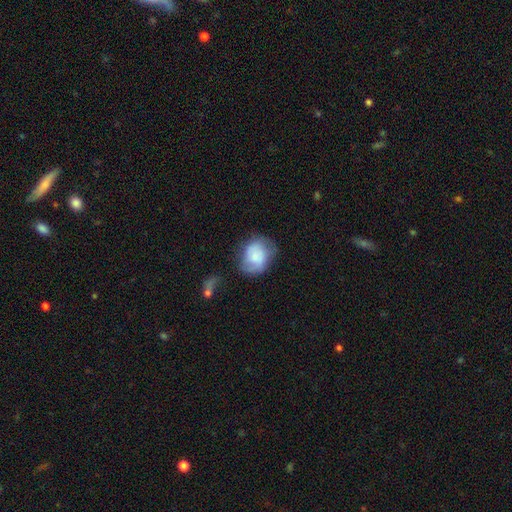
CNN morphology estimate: Smooth or featured: smooth — 63% (featured or disk — 29%)
How rounded: round — 55% (in between — 44%)
Merging: none — 52% (minor disturbance — 28%)